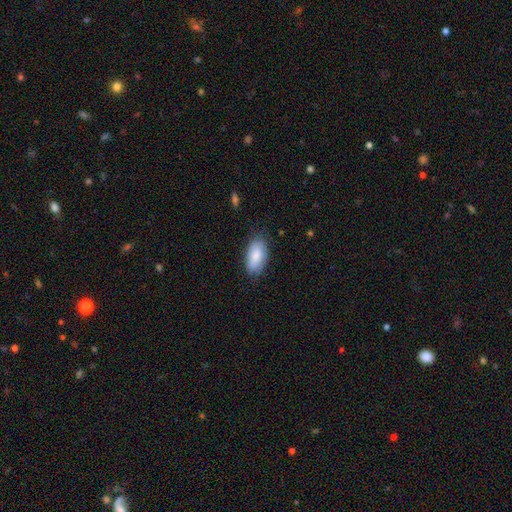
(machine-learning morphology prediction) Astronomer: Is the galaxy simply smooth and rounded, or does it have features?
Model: smooth — 82%.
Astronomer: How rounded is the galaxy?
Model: in between — 94%.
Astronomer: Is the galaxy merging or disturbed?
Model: none — 71%.